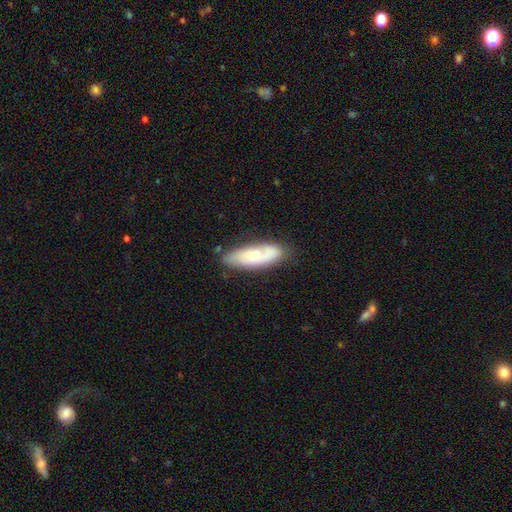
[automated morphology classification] The model was most divided on "smooth or featured": smooth: 52%, featured or disk: 41%, star or artifact: 7%. More confident: merging — none (69%); how rounded — in between (61%).